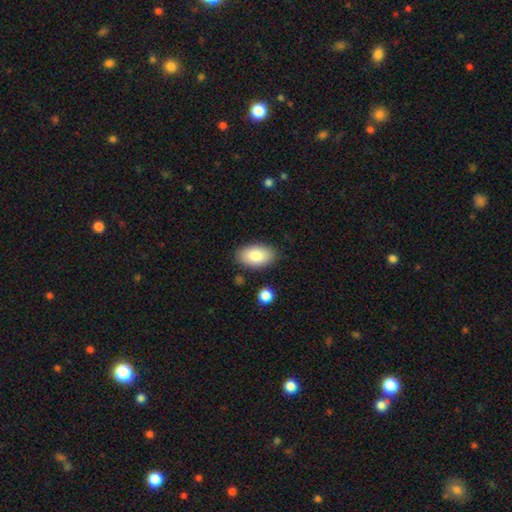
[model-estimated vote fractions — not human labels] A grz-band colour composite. It shows a smooth galaxy with no disk features (83%) that is in between round and cigar-shaped (94%). Merging: none (85%).